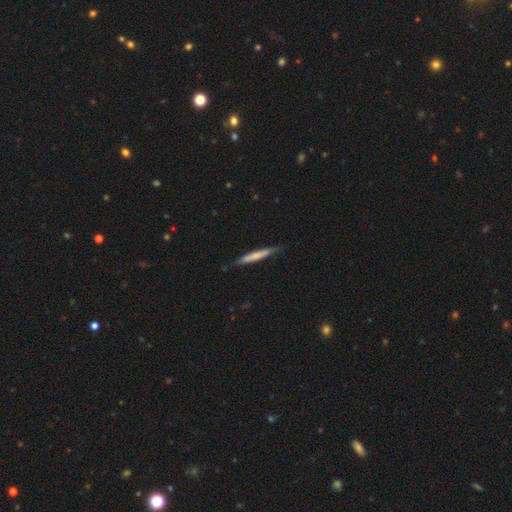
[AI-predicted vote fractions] This is likely a smooth galaxy (63%). How rounded: clearly cigar-shaped (95%). Merging: clearly none (82%).